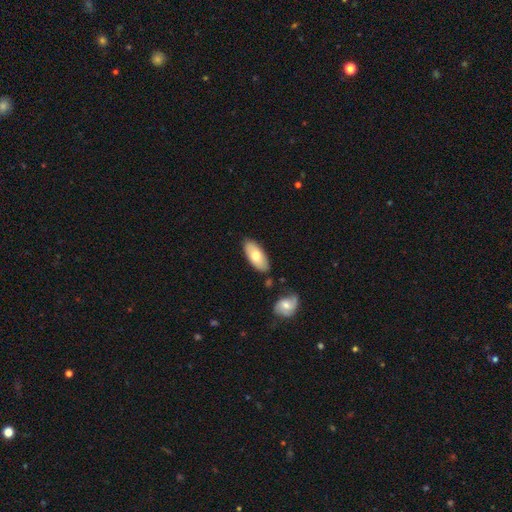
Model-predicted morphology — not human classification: The model was most divided on "smooth or featured": smooth: 70%, featured or disk: 25%, star or artifact: 6%. More confident: how rounded — in between (88%); merging — none (82%).